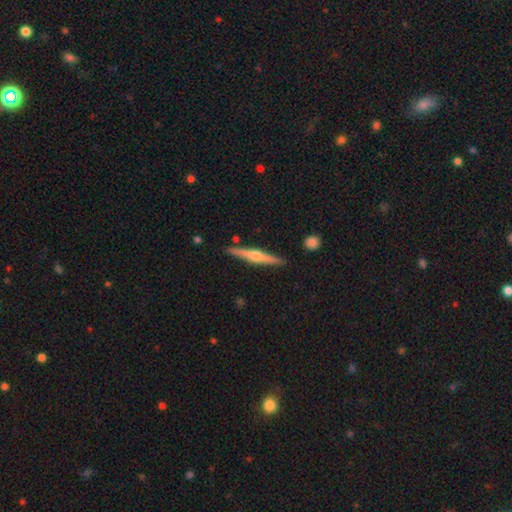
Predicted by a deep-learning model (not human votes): A featured or disk galaxy (73%) viewed edge-on (98%) with a rounded central bulge (92%).

Vote fractions:
- Smooth or featured? featured or disk: 73% / smooth: 22% / star or artifact: 5%
- Edge-on disk? yes: 98% / no: 2%
- Edge-on bulge? rounded: 92% / none: 4% / boxy: 4%
- Merging? none: 90% / minor disturbance: 7% / merger: 2% / major disturbance: 1%